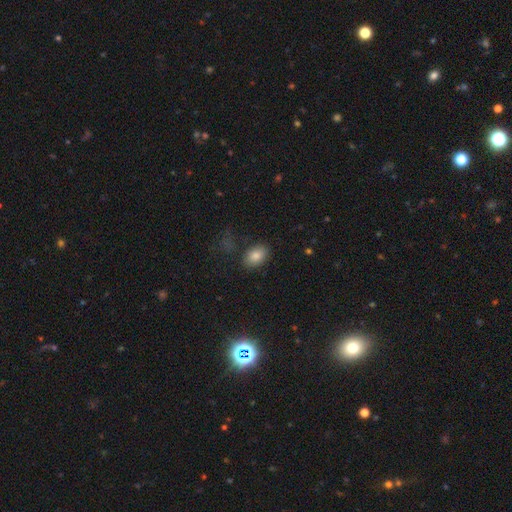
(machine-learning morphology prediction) This is clearly a smooth galaxy (81%). How rounded: clearly in between (83%). Merging: clearly none (81%).